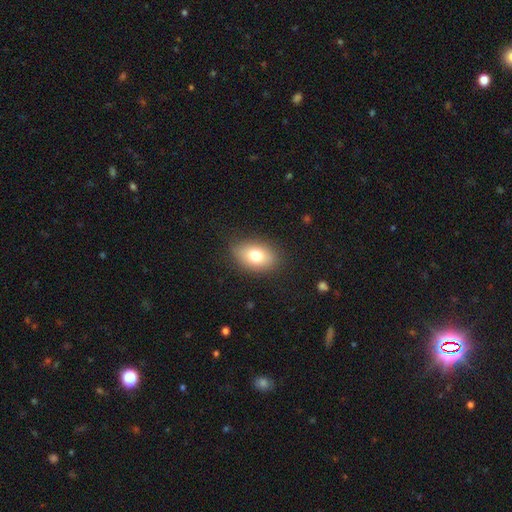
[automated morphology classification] Q: Smooth or featured?
A: smooth (77%); runner-up: featured or disk (14%)
Q: How rounded?
A: in between (84%); runner-up: round (15%)
Q: Merging?
A: none (84%); runner-up: minor disturbance (12%)